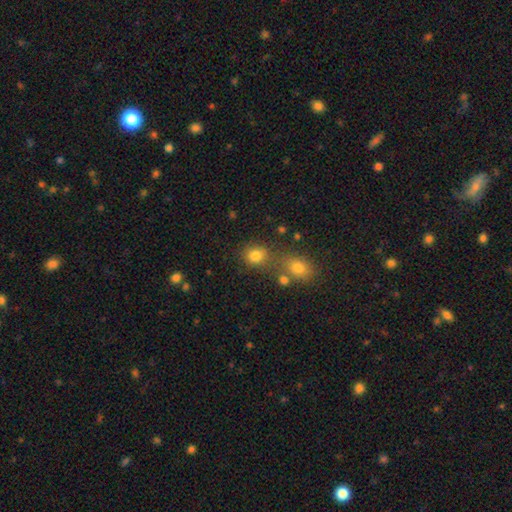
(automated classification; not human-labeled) smooth-or-featured: smooth: 80% | star or artifact: 14% | featured or disk: 7%
  how-rounded: round: 74% | in between: 25% | cigar-shaped: 1%
  merging: none: 62% | merger: 22% | minor disturbance: 11% | major disturbance: 5%